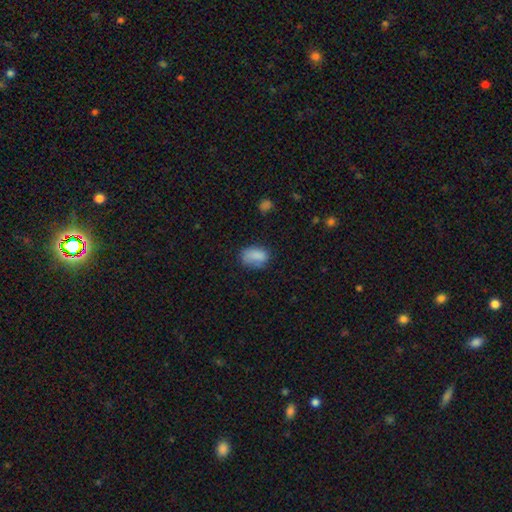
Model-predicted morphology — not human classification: Overall: smooth (81%). How rounded: in between (85%). Merging: none (56%; minor disturbance 29%).